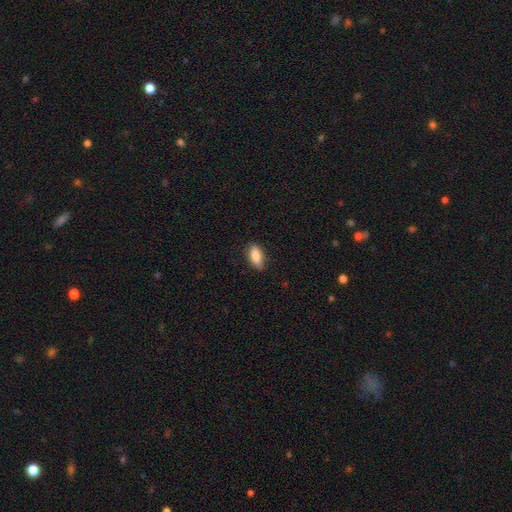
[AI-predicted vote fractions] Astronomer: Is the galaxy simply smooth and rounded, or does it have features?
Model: smooth — 87%.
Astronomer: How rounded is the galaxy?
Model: in between — 82%.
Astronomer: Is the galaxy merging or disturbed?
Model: none — 82%.